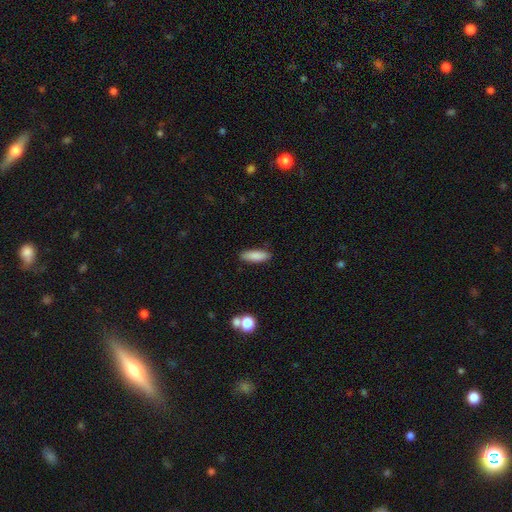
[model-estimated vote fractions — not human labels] Smooth or featured: smooth — 86% (featured or disk — 7%)
How rounded: in between — 52% (cigar-shaped — 46%)
Merging: none — 86% (minor disturbance — 10%)